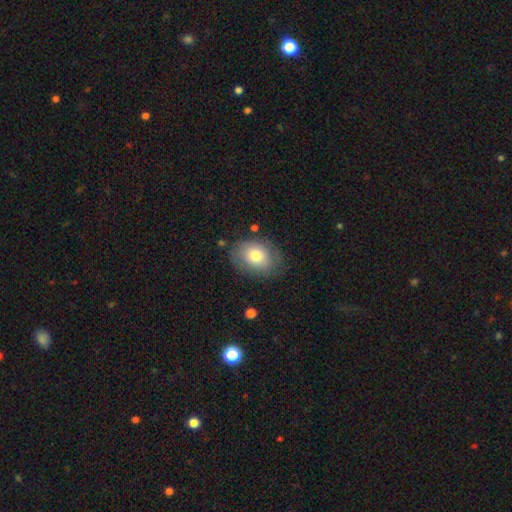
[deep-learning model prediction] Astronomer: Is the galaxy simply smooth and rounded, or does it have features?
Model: smooth — 77%.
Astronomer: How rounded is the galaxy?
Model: in between — 69%.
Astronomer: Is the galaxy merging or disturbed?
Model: none — 78%.